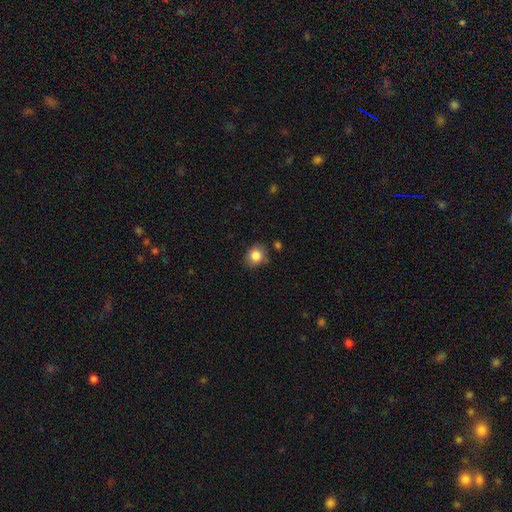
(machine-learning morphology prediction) smooth-or-featured: smooth: 85% | star or artifact: 9% | featured or disk: 6%
  how-rounded: round: 72% | in between: 27% | cigar-shaped: 1%
  merging: none: 76% | minor disturbance: 17% | major disturbance: 4% | merger: 3%